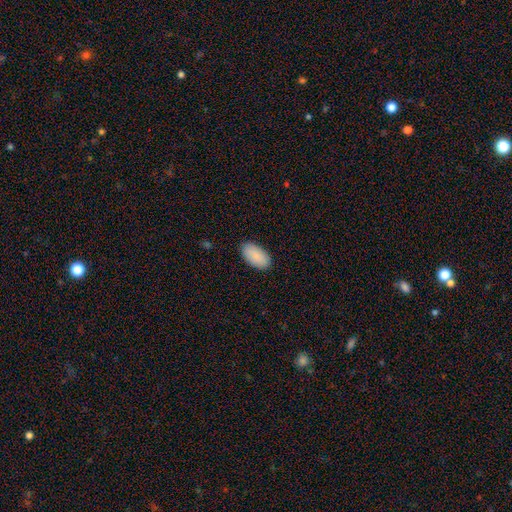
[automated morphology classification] Smooth or featured: smooth — 91% (star or artifact — 5%)
How rounded: in between — 96% (round — 2%)
Merging: none — 88% (minor disturbance — 9%)